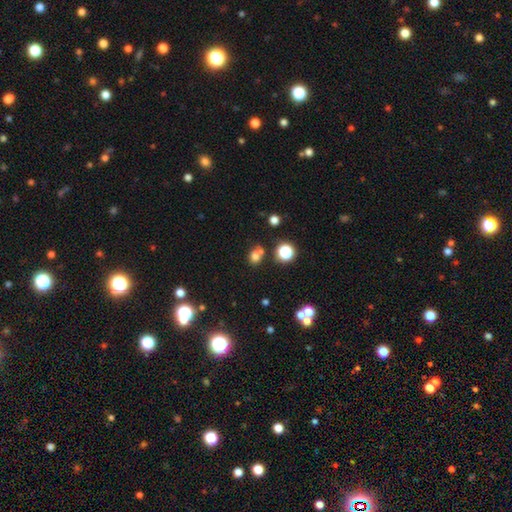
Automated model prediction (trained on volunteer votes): A smooth galaxy with no disk features (72%) that is round (64%).

Vote fractions:
- Smooth or featured? smooth: 72% / star or artifact: 20% / featured or disk: 9%
- How rounded? round: 64% / in between: 34% / cigar-shaped: 1%
- Merging? none: 53% / merger: 29% / minor disturbance: 12% / major disturbance: 5%